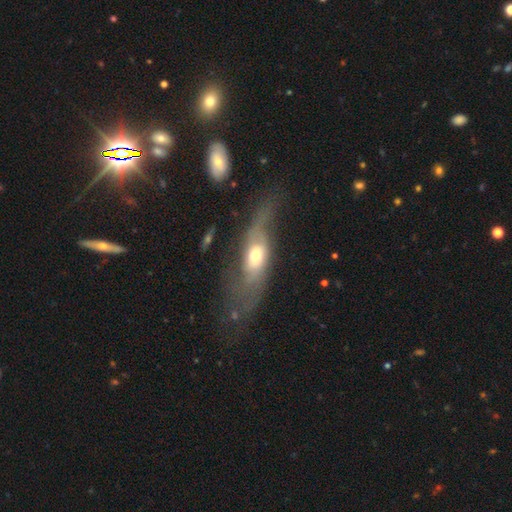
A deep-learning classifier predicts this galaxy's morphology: Overall: featured or disk (57%; smooth 36%). Edge-on disk: no (70%). Merging: none (39%; major disturbance 35%).